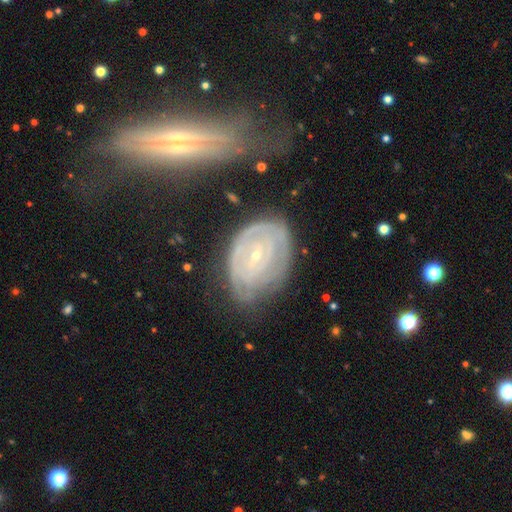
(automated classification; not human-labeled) This is likely a featured or disk galaxy (79%). It is clearly not viewed edge-on (94%). Bar: possibly no (54%). Spiral arm pattern: clearly yes (84%). Spiral arm count: possibly can't tell (53%). Spiral winding: likely tight (79%). Central bulge: clearly small (81%). Merging: possibly none (59%).